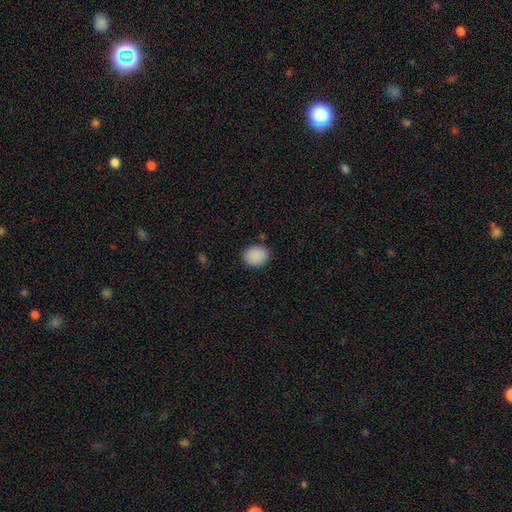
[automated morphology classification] Overall: smooth (89%). How rounded: in between (51%; round 48%). Merging: none (85%).